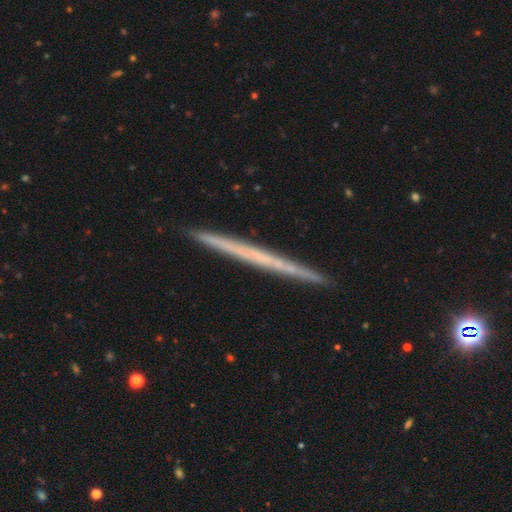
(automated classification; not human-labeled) This is possibly a featured or disk galaxy (59%). It is clearly viewed edge-on (98%). Edge-on bulge: clearly none (93%). Merging: clearly none (92%).